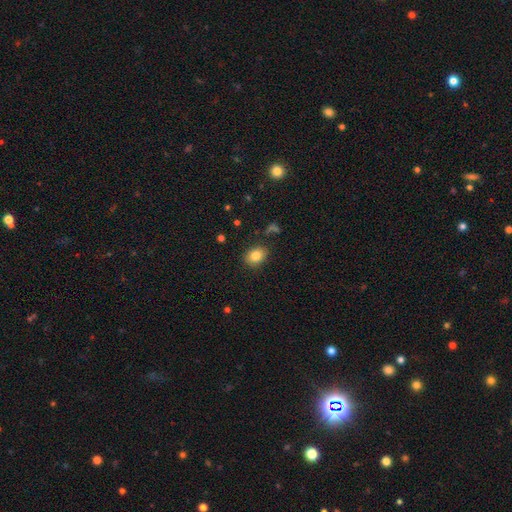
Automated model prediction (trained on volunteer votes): smooth_or_featured: smooth (p=0.83) [alt: star or artifact p=0.10]
how_rounded: in between (p=0.59) [alt: round p=0.40]
merging: none (p=0.85) [alt: minor disturbance p=0.10]